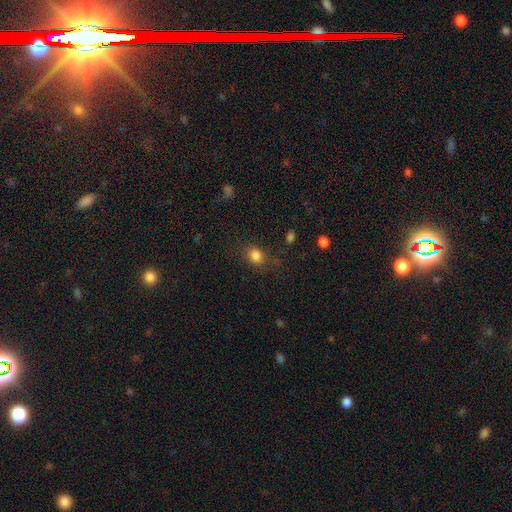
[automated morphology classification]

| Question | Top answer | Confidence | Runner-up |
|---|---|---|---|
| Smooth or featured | smooth | 82% | star or artifact (12%) |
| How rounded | round | 55% | in between (43%) |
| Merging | none | 74% | minor disturbance (16%) |